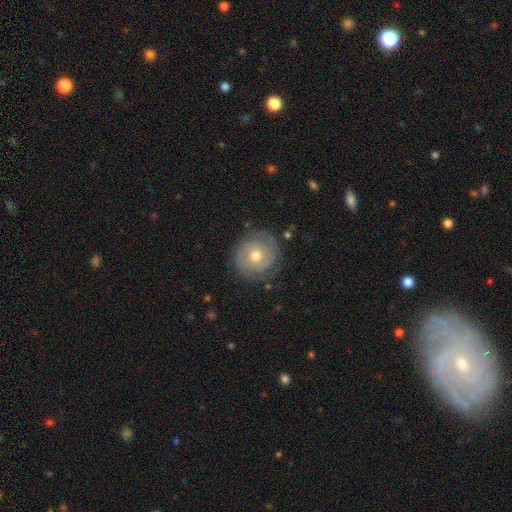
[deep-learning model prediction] featured or disk 63%, smooth 30%, star or artifact 8%. Down the decision tree: edge-on disk — no (97%); bar — no (81%); spiral arms — yes (81%); bulge size — moderate (70%); merging — none (79%).